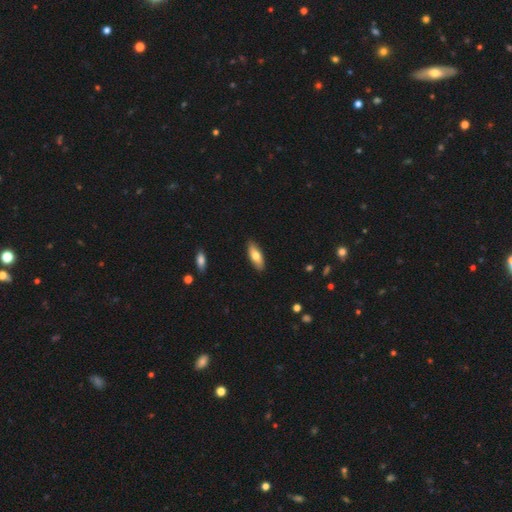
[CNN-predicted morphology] smooth-or-featured: smooth: 71% | featured or disk: 23% | star or artifact: 6%
  how-rounded: in between: 68% | cigar-shaped: 30% | round: 2%
  merging: none: 88% | minor disturbance: 9% | major disturbance: 2% | merger: 1%